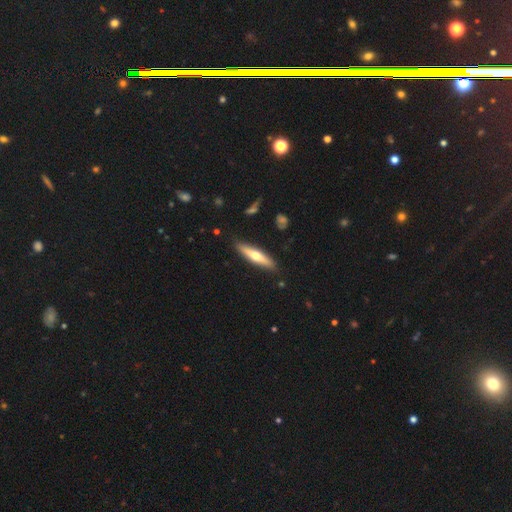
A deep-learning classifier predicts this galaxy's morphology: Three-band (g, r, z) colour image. It shows a featured or disk galaxy (50%). Merging: none (88%).